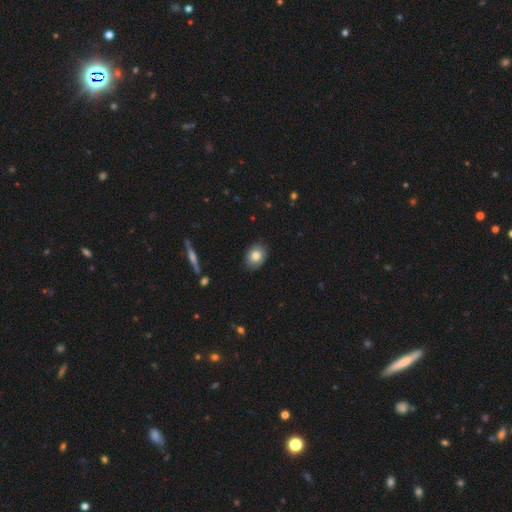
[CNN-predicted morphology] smooth 80%, featured or disk 12%, star or artifact 9%. Down the decision tree: how rounded — in between (62%); merging — none (85%).